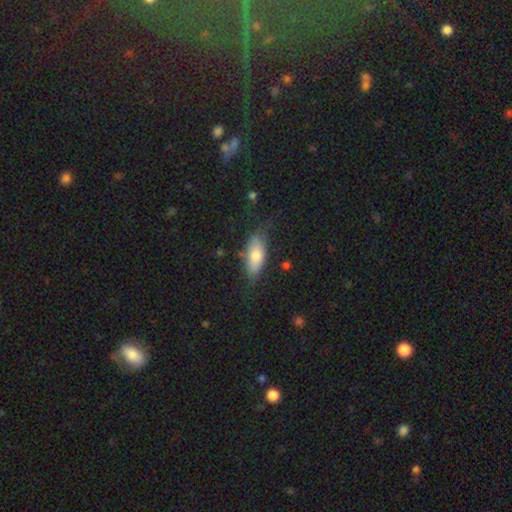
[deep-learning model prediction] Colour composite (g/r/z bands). It shows a smooth galaxy with no disk features (74%) that is in between round and cigar-shaped (79%). Merging: none (69%).